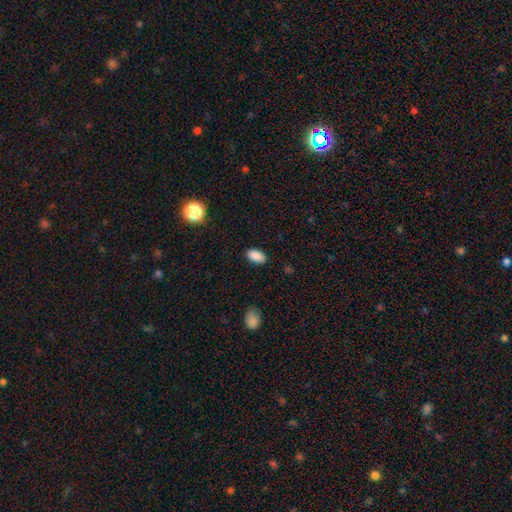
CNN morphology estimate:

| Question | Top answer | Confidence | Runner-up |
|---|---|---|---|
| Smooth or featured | smooth | 88% | star or artifact (8%) |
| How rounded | in between | 93% | round (5%) |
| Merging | none | 87% | minor disturbance (10%) |